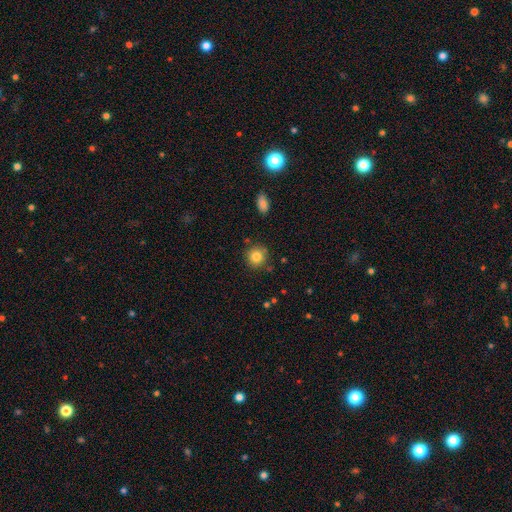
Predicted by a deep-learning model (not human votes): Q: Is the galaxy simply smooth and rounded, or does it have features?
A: smooth — 84%.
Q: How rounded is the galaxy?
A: round — 90%.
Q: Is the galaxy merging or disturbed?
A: none — 84%.